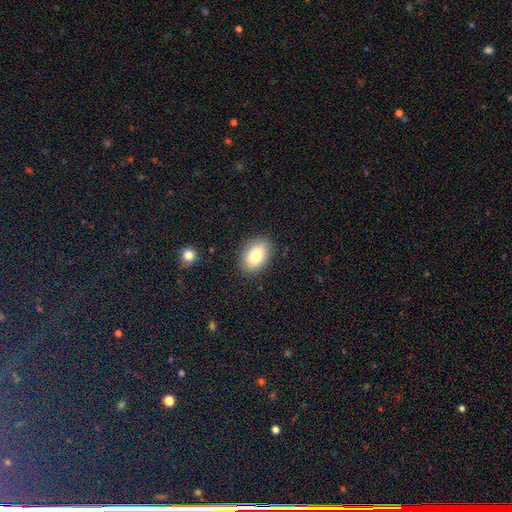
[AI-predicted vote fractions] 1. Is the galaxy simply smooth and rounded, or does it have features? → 76% smooth, 15% featured or disk, 9% star or artifact.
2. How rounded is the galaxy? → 82% in between, 17% round, 1% cigar-shaped.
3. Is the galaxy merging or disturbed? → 87% none, 9% minor disturbance, 3% major disturbance, 1% merger.